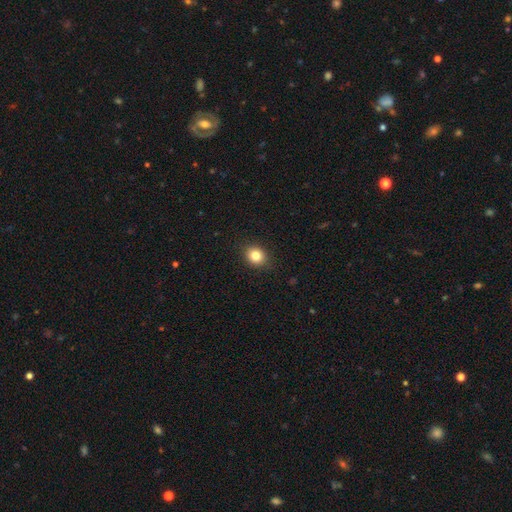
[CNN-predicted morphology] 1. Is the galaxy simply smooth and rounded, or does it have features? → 83% smooth, 11% star or artifact, 6% featured or disk.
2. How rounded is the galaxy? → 65% round, 34% in between, 1% cigar-shaped.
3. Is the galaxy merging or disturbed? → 89% none, 8% minor disturbance, 2% major disturbance, 1% merger.